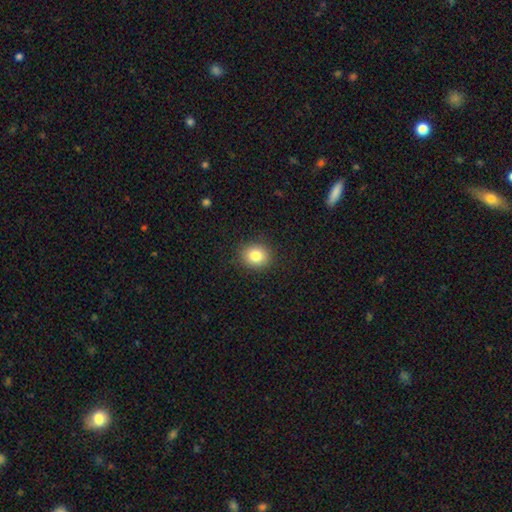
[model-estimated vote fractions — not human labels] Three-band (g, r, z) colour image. It shows a smooth galaxy with no disk features (82%) that is round (74%). Merging: none (90%).